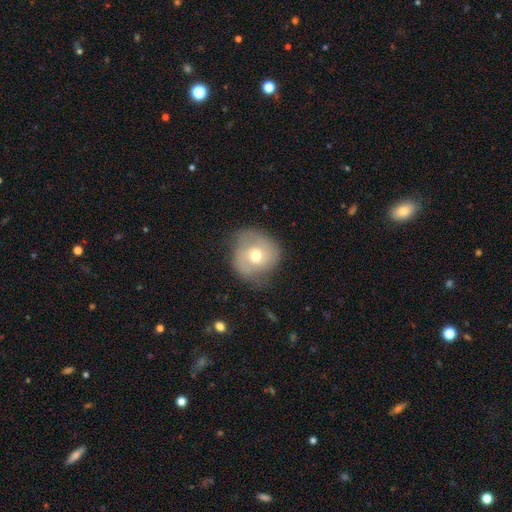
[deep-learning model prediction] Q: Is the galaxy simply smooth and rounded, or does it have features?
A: smooth — 51%.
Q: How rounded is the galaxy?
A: round — 82%.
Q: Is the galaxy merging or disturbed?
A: none — 59%.